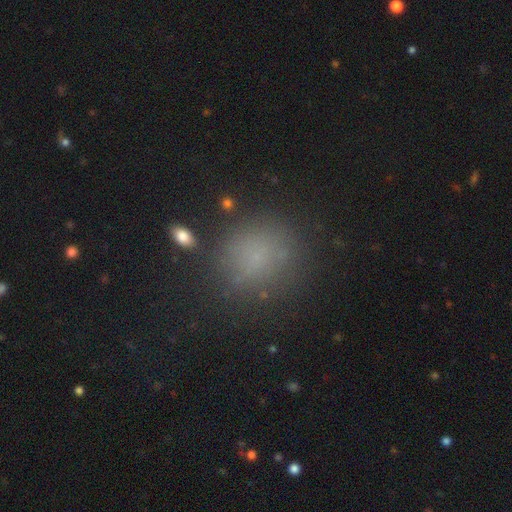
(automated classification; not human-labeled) Smooth or featured? smooth (70%)
How rounded? round (78%)
Merging? none (77%)